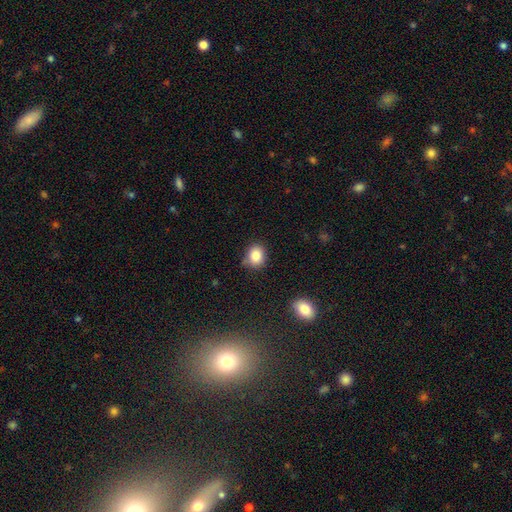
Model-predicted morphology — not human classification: type=smooth (85%); roundness=round (60%); merging=none (74%).